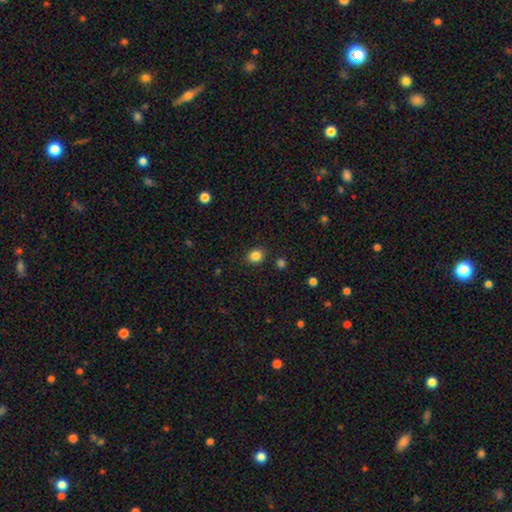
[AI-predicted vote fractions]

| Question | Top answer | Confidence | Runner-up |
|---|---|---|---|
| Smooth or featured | smooth | 84% | star or artifact (12%) |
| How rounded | round | 78% | in between (21%) |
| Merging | none | 88% | minor disturbance (7%) |